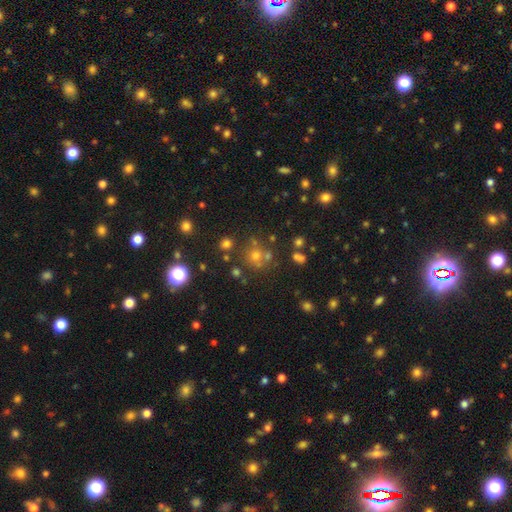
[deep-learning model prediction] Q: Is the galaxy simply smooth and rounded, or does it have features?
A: smooth — 52%.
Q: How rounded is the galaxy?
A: round — 87%.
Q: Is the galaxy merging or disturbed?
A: none — 66%.